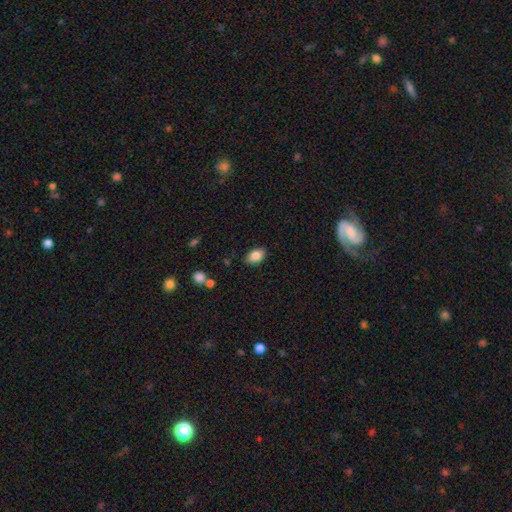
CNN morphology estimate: type=smooth (84%); roundness=in between (87%); merging=none (85%).